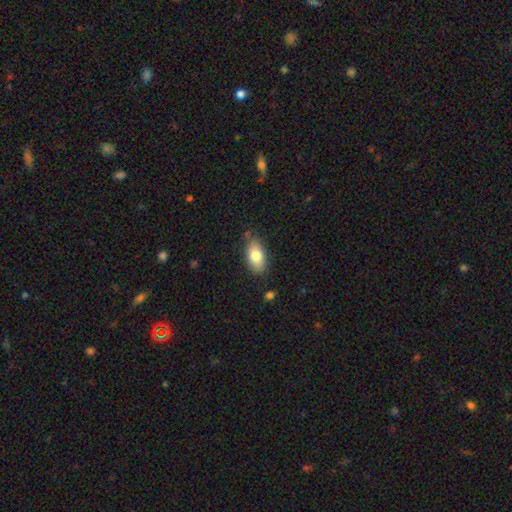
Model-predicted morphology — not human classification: Overall: smooth (79%). How rounded: in between (91%). Merging: none (78%).